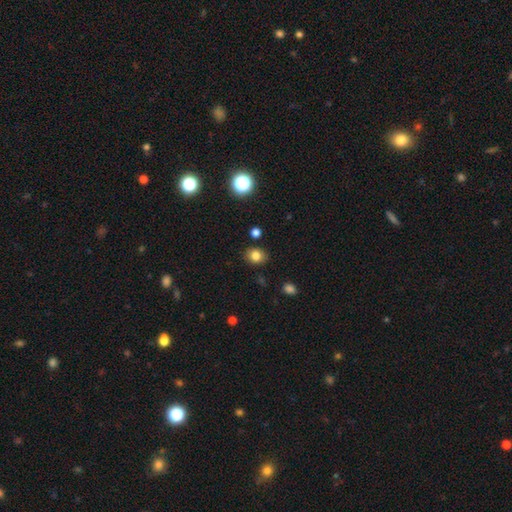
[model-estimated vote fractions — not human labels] smooth_or_featured: smooth (p=0.81) [alt: star or artifact p=0.12]
how_rounded: round (p=0.55) [alt: in between p=0.44]
merging: none (p=0.85) [alt: minor disturbance p=0.10]